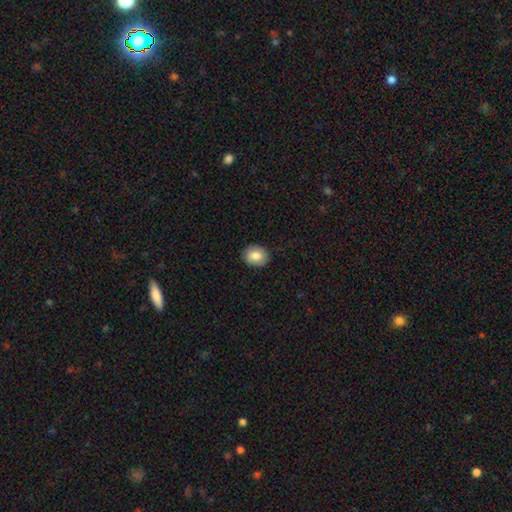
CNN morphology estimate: type=smooth (85%); roundness=round (56%); merging=none (89%).